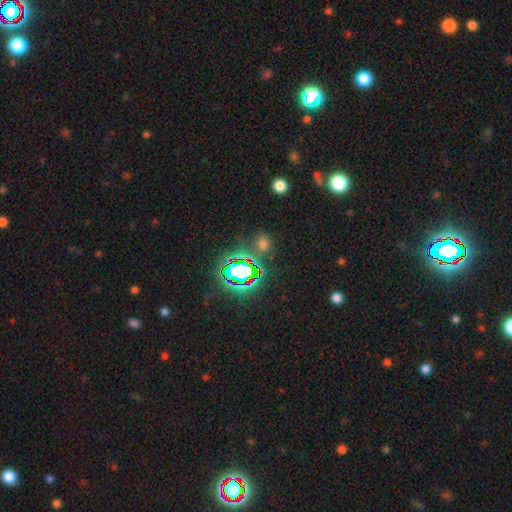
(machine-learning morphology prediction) Smooth or featured: star or artifact — 79% (smooth — 14%)